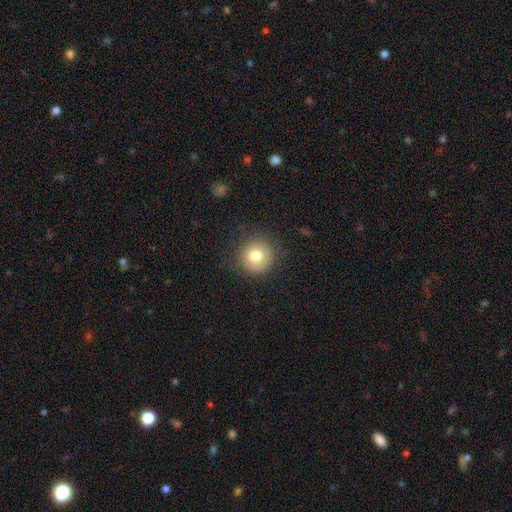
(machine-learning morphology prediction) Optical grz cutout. It shows a smooth galaxy with no disk features (77%) that is round (93%). Merging: none (85%).